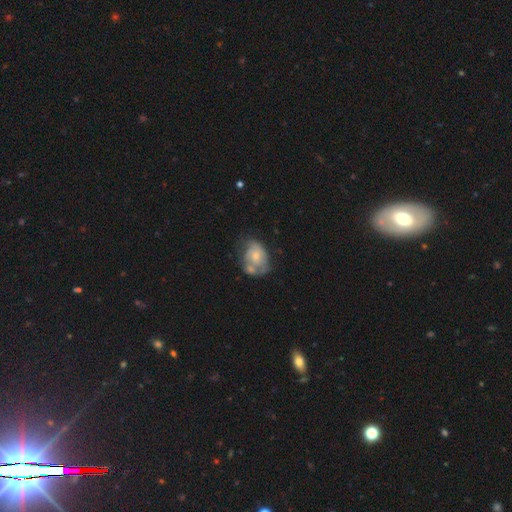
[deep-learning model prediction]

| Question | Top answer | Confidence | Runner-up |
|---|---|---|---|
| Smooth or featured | featured or disk | 51% | smooth (43%) |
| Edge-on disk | no | 97% | yes (3%) |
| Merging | none | 32% | minor disturbance (27%) |